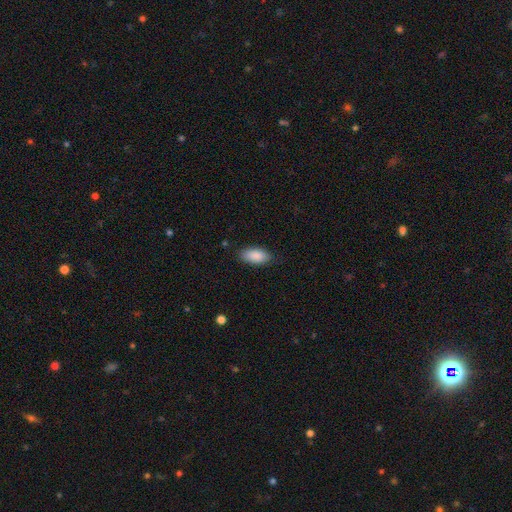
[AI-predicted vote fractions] The model was most divided on "merging": none: 84%, minor disturbance: 13%, major disturbance: 3%, merger: 1%. More confident: how rounded — in between (92%); smooth or featured — smooth (89%).